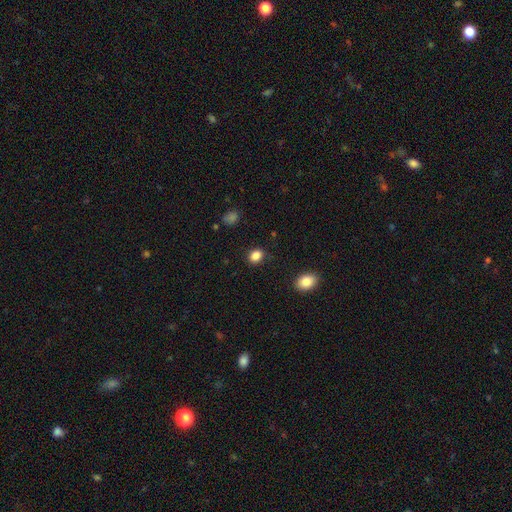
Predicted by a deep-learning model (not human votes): Smooth or featured? smooth (86%)
How rounded? round (51%)
Merging? none (84%)